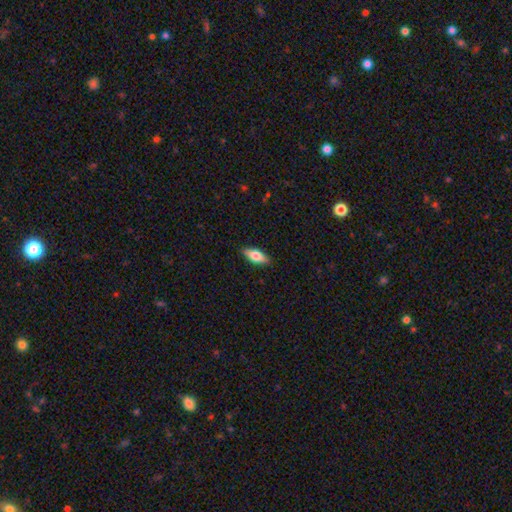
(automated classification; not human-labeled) Smooth or featured? Predicted: smooth (p=0.68). How rounded? Predicted: in between (p=0.75). Merging? Predicted: none (p=0.88).